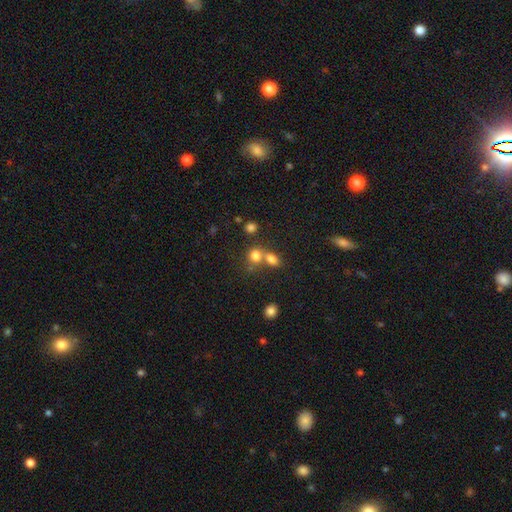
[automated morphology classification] smooth_or_featured: smooth (p=0.77) [alt: star or artifact p=0.13]
how_rounded: round (p=0.71) [alt: in between p=0.28]
merging: merger (p=0.48) [alt: none p=0.40]